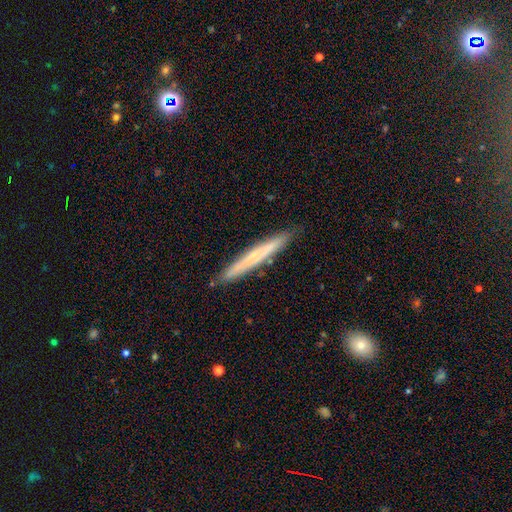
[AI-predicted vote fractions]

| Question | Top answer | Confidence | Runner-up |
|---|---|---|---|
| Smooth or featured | smooth | 50% | featured or disk (44%) |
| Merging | none | 89% | minor disturbance (8%) |